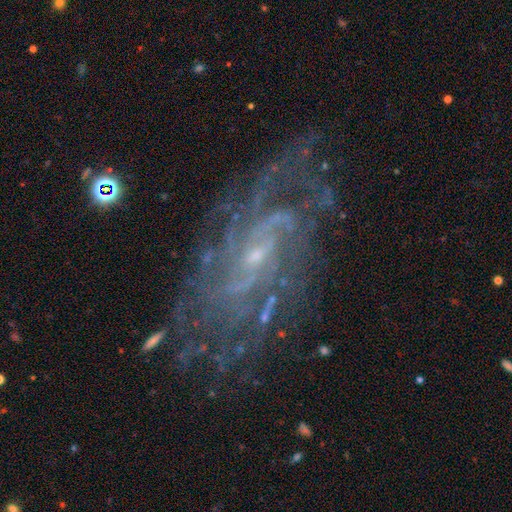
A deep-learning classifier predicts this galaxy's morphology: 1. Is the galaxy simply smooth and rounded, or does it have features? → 81% featured or disk, 11% star or artifact, 7% smooth.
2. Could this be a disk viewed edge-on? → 93% no, 7% yes.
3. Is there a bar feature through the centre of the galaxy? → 46% weak, 38% no, 16% strong.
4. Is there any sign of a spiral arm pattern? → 94% yes, 6% no.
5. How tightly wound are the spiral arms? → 56% tight, 32% medium, 11% loose.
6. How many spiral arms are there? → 41% can't tell, 18% 2, 12% 4, 12% 3, 10% more than 4, 8% 1.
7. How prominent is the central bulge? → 80% small, 13% moderate, 5% none, 1% large, 1% dominant.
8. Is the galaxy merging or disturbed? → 79% none, 13% minor disturbance, 6% major disturbance, 2% merger.